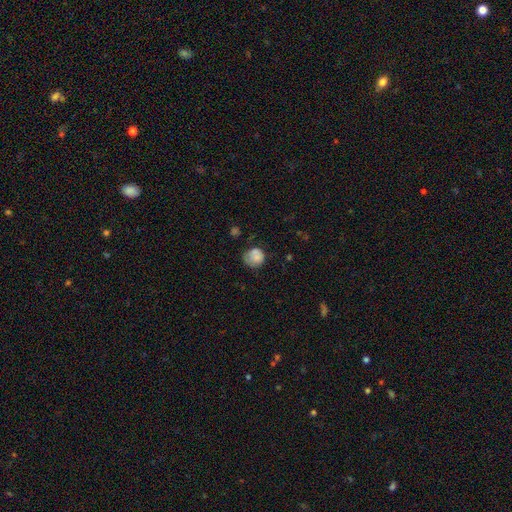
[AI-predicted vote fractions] This is likely a smooth galaxy (78%). How rounded: clearly round (81%). Merging: possibly none (52%).